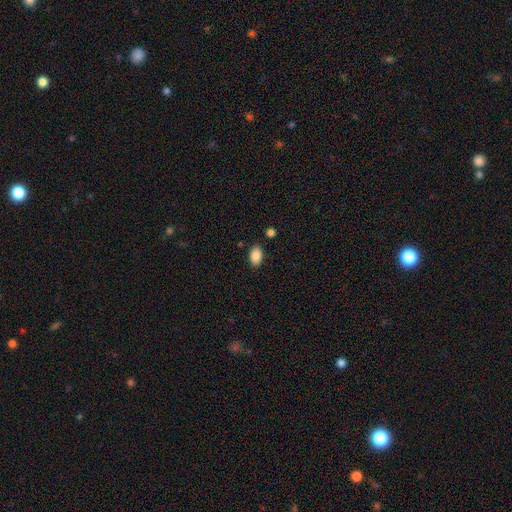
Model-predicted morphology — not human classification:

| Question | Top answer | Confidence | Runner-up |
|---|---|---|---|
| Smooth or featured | smooth | 87% | star or artifact (8%) |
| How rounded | in between | 91% | round (7%) |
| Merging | none | 86% | minor disturbance (9%) |